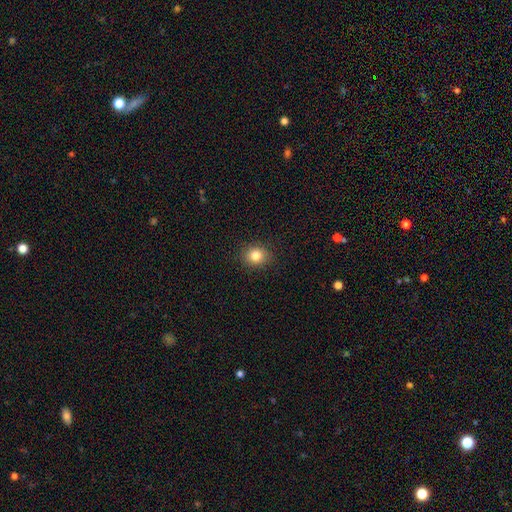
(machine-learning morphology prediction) Smooth or featured? Predicted: smooth (p=0.82). How rounded? Predicted: round (p=0.73). Merging? Predicted: none (p=0.89).